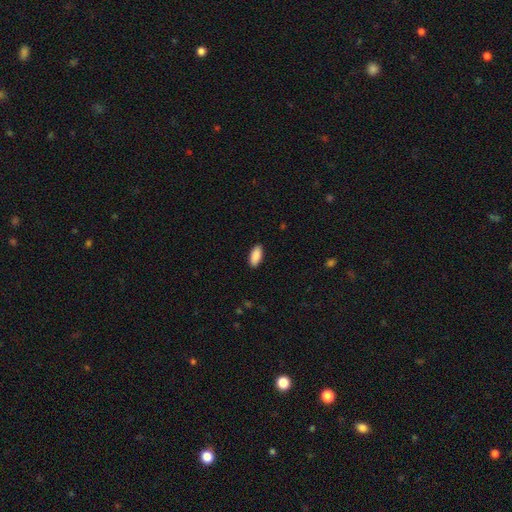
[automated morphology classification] smooth_or_featured: smooth (p=0.90) [alt: star or artifact p=0.06]
how_rounded: in between (p=0.90) [alt: cigar-shaped p=0.08]
merging: none (p=0.90) [alt: minor disturbance p=0.08]